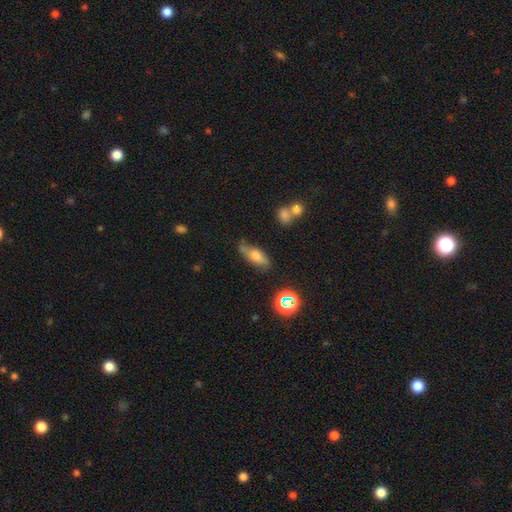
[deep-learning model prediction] smooth 64%, featured or disk 25%, star or artifact 11%. Down the decision tree: how rounded — in between (67%); merging — none (61%).